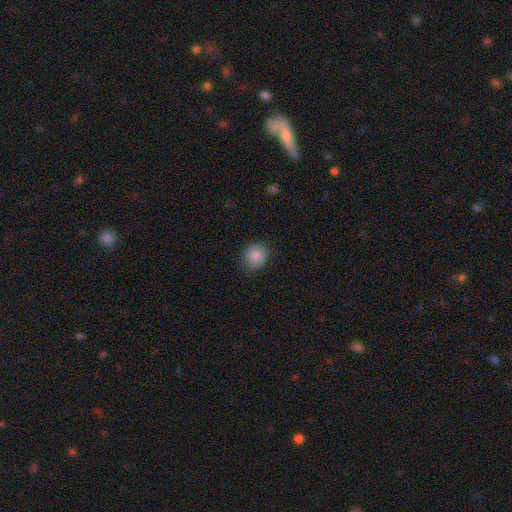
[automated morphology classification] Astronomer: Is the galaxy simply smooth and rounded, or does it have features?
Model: smooth — 87%.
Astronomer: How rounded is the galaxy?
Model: round — 76%.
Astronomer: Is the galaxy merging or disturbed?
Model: none — 79%.